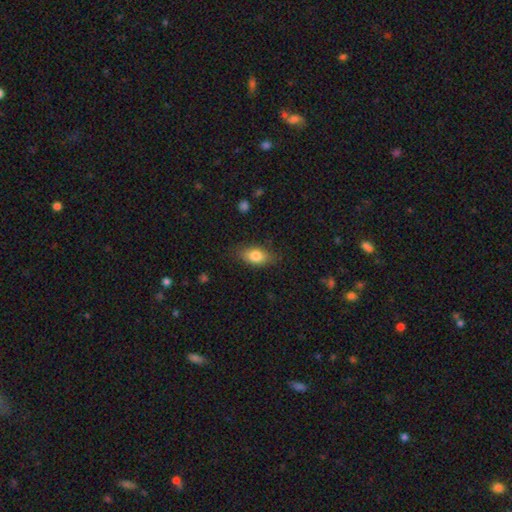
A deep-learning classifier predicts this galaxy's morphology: Smooth or featured? smooth (81%)
How rounded? in between (87%)
Merging? none (82%)